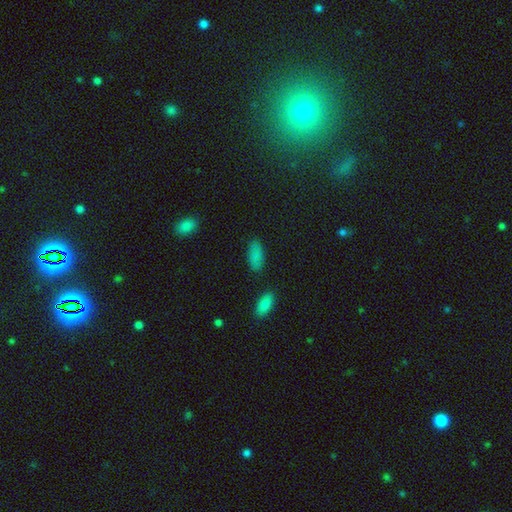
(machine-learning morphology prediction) Smooth or featured? Predicted: smooth (p=0.84). How rounded? Predicted: in between (p=0.89). Merging? Predicted: none (p=0.80).